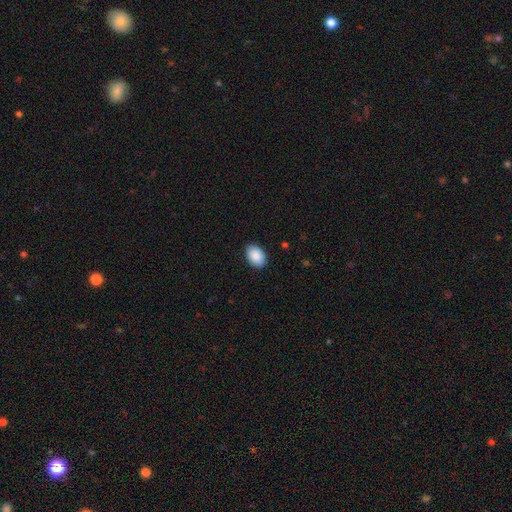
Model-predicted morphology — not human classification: This is clearly a smooth galaxy (90%). How rounded: clearly in between (88%). Merging: clearly none (88%).